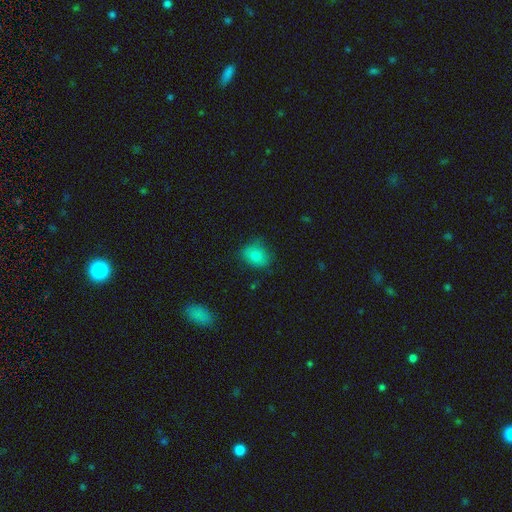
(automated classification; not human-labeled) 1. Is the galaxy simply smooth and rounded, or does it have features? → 81% smooth, 10% star or artifact, 9% featured or disk.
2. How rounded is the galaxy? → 50% round, 49% in between, 1% cigar-shaped.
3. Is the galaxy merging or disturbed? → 71% none, 22% minor disturbance, 5% major disturbance, 2% merger.